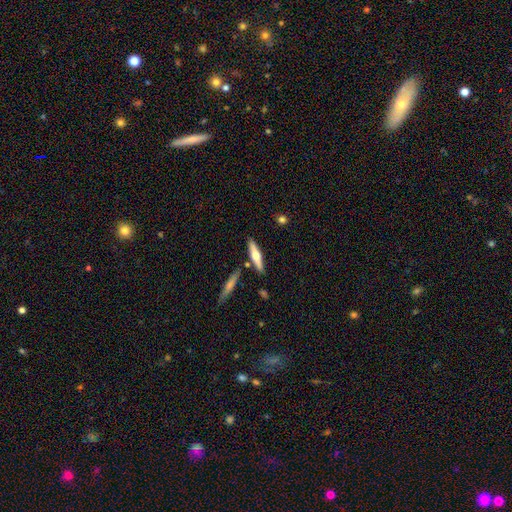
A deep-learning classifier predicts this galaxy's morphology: type=featured or disk (51%); edge-on=yes (94%); merging=none (81%).